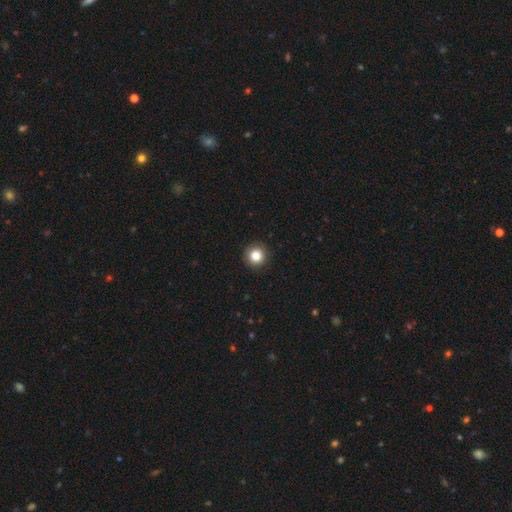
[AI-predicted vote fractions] A smooth galaxy with no disk features (83%) that is round (95%). Merging: none (92%).